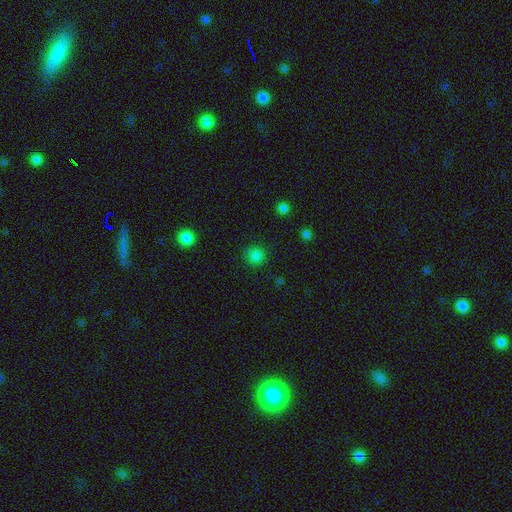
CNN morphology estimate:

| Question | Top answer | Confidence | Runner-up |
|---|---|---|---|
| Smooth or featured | smooth | 83% | star or artifact (14%) |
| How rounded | round | 93% | in between (6%) |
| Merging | none | 89% | minor disturbance (7%) |